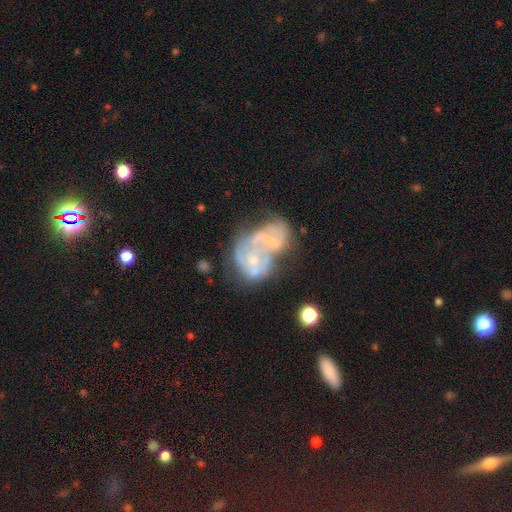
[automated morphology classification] Smooth or featured?
  - featured or disk: 71% *
  - smooth: 18%
  - star or artifact: 11%
Edge-on disk?
  - no: 97% *
  - yes: 3%
Bar?
  - no: 67% *
  - weak: 25%
  - strong: 9%
Spiral arms?
  - yes: 62% *
  - no: 38%
Bulge size?
  - small: 53% *
  - moderate: 24%
  - none: 19%
  - large: 2%
  - dominant: 2%
Merging?
  - merger: 56% *
  - major disturbance: 17%
  - none: 16%
  - minor disturbance: 10%